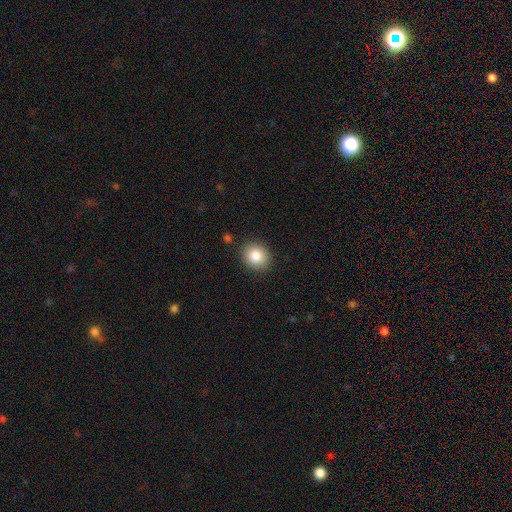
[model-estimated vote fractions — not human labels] Morphology: type=smooth (84%); roundness=round (78%); merging=none (88%).